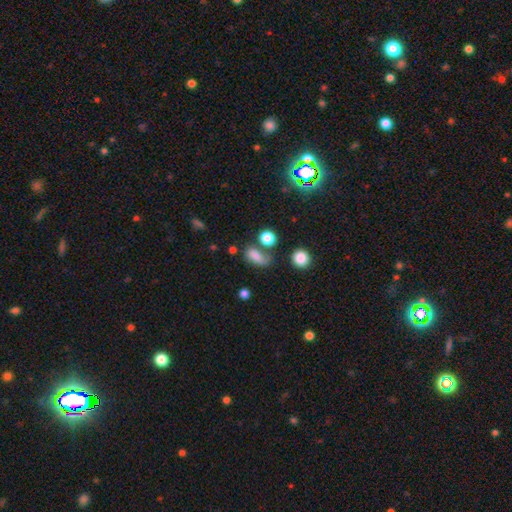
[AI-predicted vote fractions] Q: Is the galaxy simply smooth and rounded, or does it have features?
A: smooth — 73%.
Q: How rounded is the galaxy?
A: in between — 76%.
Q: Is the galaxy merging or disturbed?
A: none — 39%.